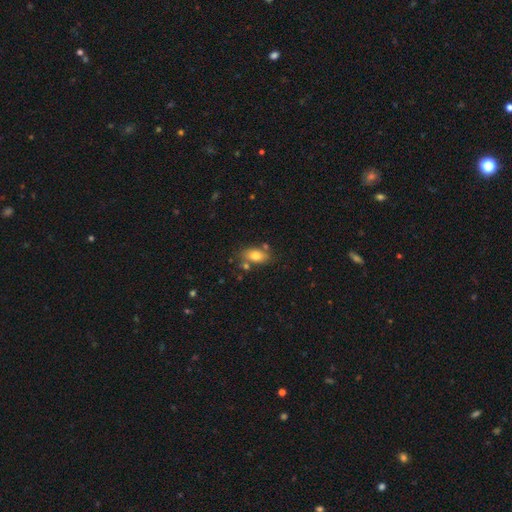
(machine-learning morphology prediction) Smooth or featured: smooth — 76% (featured or disk — 16%)
How rounded: in between — 86% (round — 9%)
Merging: none — 70% (minor disturbance — 15%)